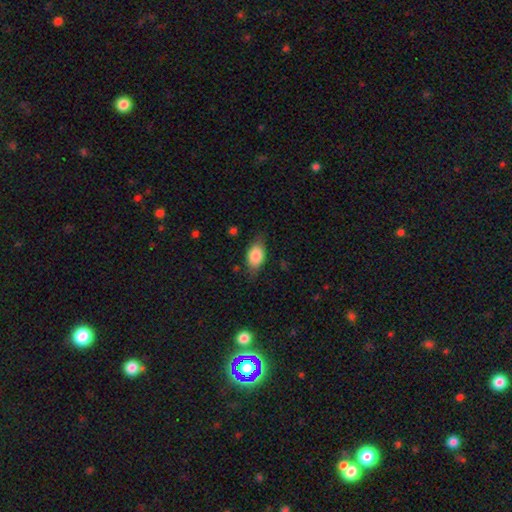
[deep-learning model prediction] Smooth or featured?
  - smooth: 83% *
  - featured or disk: 10%
  - star or artifact: 7%
How rounded?
  - in between: 87% *
  - round: 10%
  - cigar-shaped: 3%
Merging?
  - none: 73% *
  - minor disturbance: 21%
  - major disturbance: 5%
  - merger: 1%